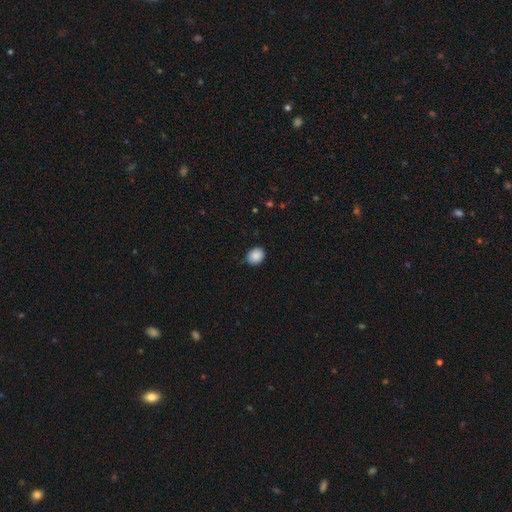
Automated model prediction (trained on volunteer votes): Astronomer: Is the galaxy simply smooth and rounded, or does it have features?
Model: smooth — 89%.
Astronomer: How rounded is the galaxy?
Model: round — 56% (runner-up: in between, 43%).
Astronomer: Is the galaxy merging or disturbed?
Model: none — 84%.